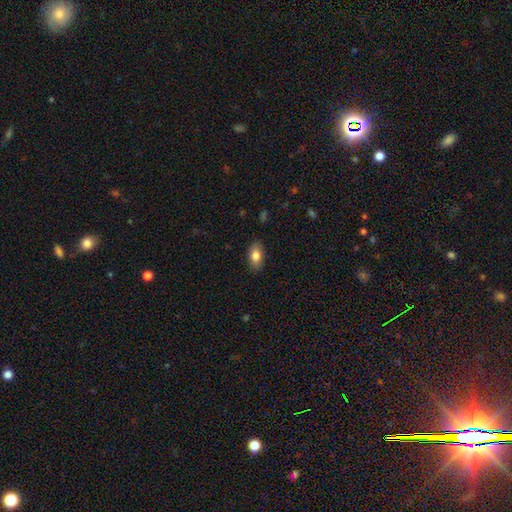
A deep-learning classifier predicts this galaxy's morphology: Q: Smooth or featured?
A: smooth (81%); runner-up: featured or disk (12%)
Q: How rounded?
A: in between (90%); runner-up: round (7%)
Q: Merging?
A: none (87%); runner-up: minor disturbance (10%)